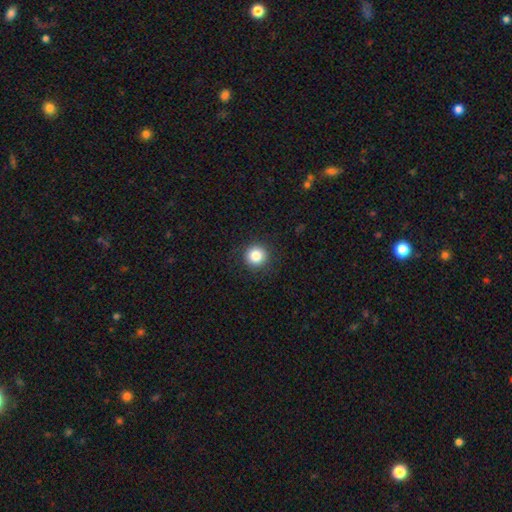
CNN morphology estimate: smooth 85%, star or artifact 11%, featured or disk 5%. Down the decision tree: how rounded — round (95%); merging — none (91%).